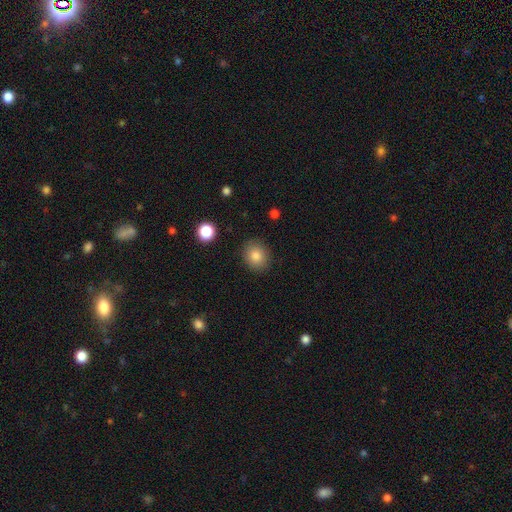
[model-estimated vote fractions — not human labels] smooth_or_featured: smooth (p=0.83) [alt: star or artifact p=0.10]
how_rounded: round (p=0.73) [alt: in between p=0.26]
merging: none (p=0.88) [alt: minor disturbance p=0.08]